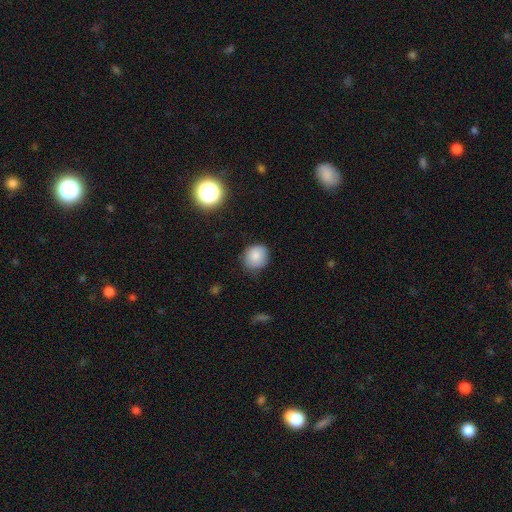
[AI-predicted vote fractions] This appears to be a smooth galaxy with no disk features (84%) that is round (80%). Merging: none (78%).